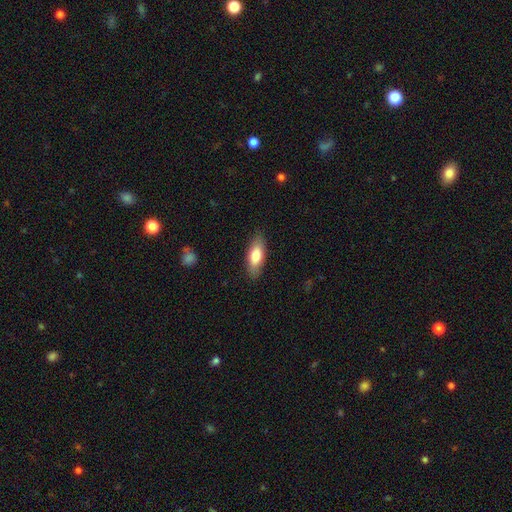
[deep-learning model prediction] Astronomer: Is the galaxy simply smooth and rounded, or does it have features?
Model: smooth — 77%.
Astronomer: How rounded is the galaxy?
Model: in between — 73%.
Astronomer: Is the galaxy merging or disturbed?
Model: none — 86%.